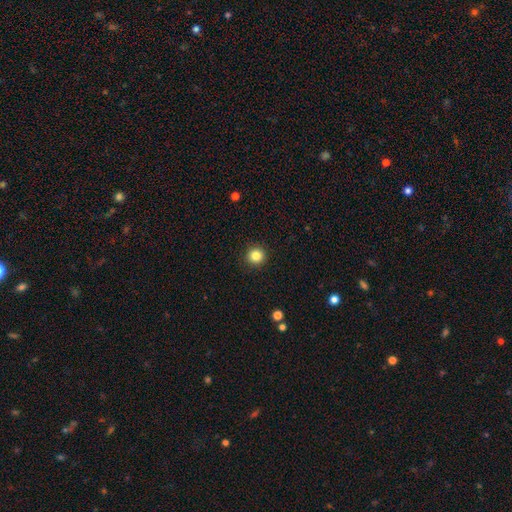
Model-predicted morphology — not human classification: Overall: smooth (84%). How rounded: round (95%). Merging: none (93%).